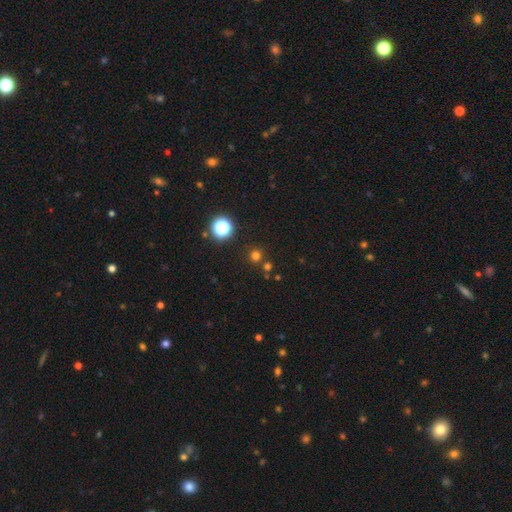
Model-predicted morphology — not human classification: A smooth galaxy with no disk features (69%) that is round (94%). Merging: none (81%).